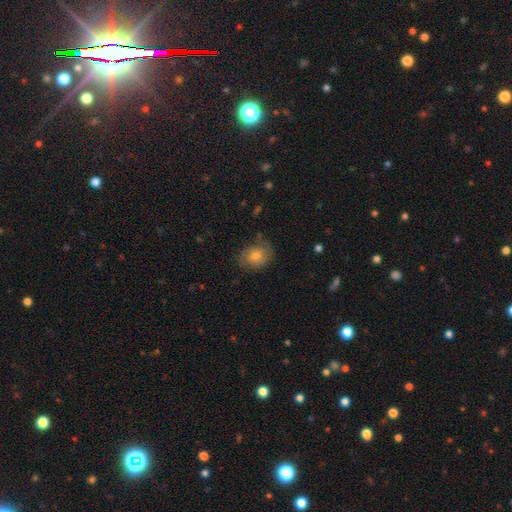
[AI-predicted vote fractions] smooth 52%, featured or disk 37%, star or artifact 12%. Down the decision tree: how rounded — round (53%); merging — none (73%).